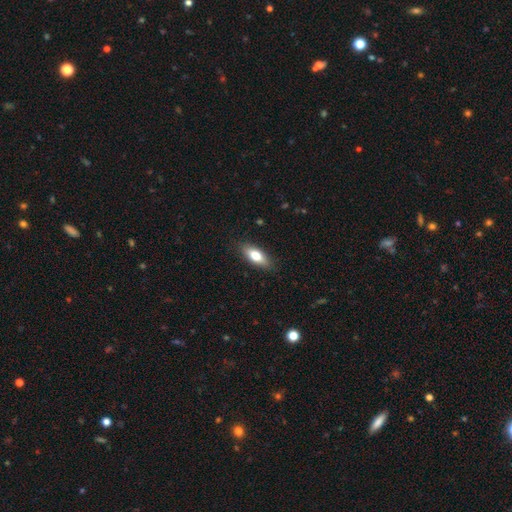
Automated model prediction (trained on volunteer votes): smooth-or-featured: smooth: 72% | featured or disk: 21% | star or artifact: 7%
  how-rounded: in between: 75% | cigar-shaped: 22% | round: 3%
  merging: none: 87% | minor disturbance: 10% | major disturbance: 2% | merger: 1%